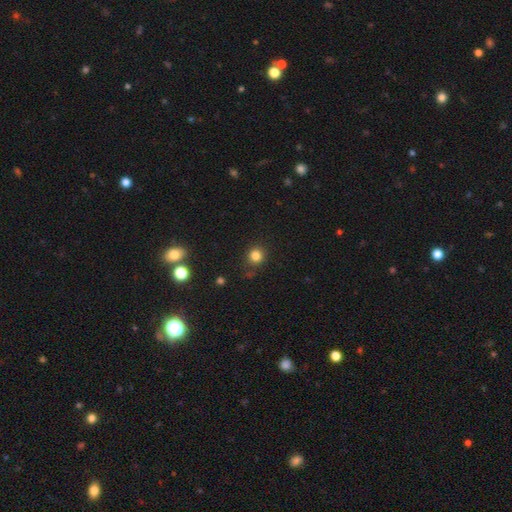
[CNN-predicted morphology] Smooth or featured: smooth — 82% (star or artifact — 14%)
How rounded: round — 88% (in between — 11%)
Merging: none — 83% (minor disturbance — 11%)